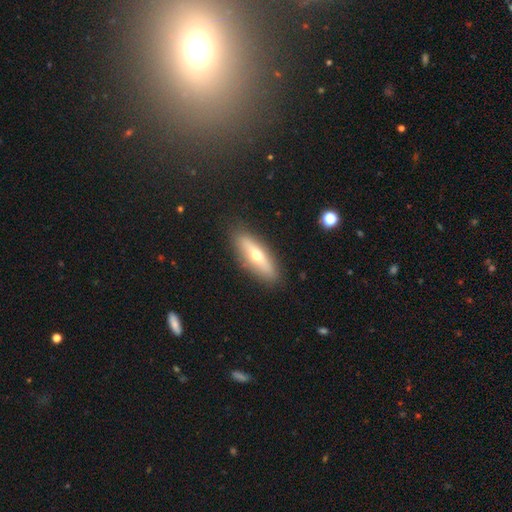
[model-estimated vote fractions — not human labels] Q: Smooth or featured?
A: smooth (48%); runner-up: featured or disk (46%)
Q: Merging?
A: none (88%); runner-up: minor disturbance (9%)